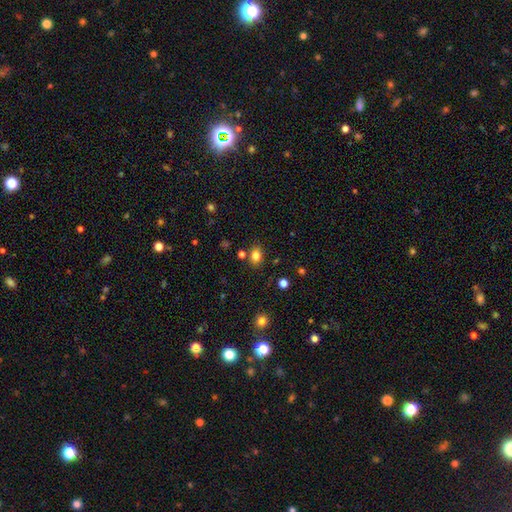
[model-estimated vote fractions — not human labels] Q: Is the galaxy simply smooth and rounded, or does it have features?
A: smooth — 81%.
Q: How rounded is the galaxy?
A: in between — 55%.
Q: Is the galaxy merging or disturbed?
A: none — 80%.